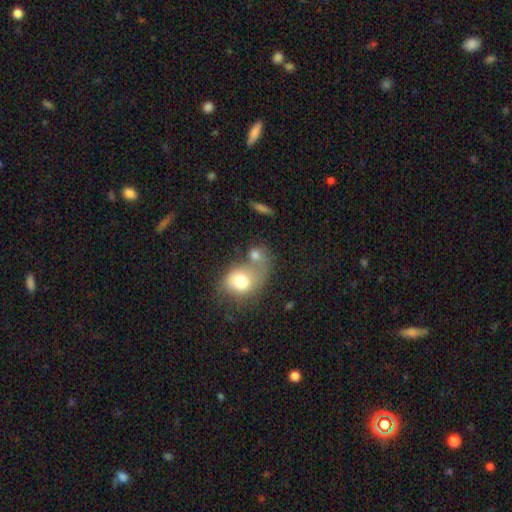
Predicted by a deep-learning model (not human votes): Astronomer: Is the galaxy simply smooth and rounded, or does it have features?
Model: smooth — 70%.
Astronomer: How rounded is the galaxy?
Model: round — 51% (runner-up: in between, 47%).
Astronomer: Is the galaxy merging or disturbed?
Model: merger — 60%.